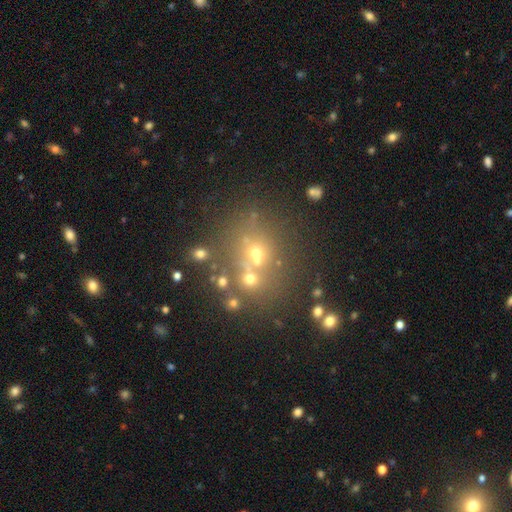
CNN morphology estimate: smooth 46%, star or artifact 34%, featured or disk 20%. Down the decision tree: merging — none (56%).